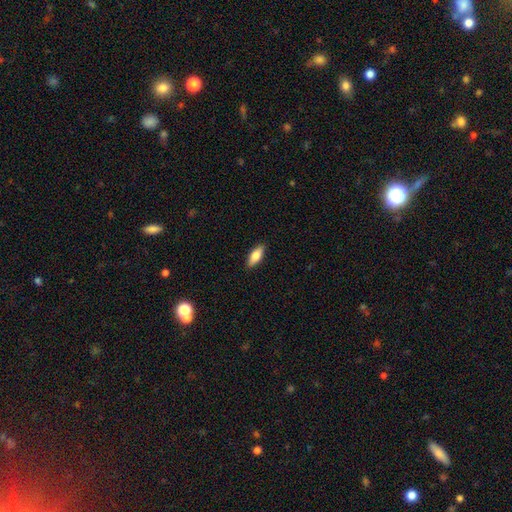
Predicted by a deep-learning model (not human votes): A smooth galaxy with no disk features (77%) that is in between round and cigar-shaped (75%).

Vote fractions:
- Smooth or featured? smooth: 77% / featured or disk: 17% / star or artifact: 6%
- How rounded? in between: 75% / cigar-shaped: 22% / round: 2%
- Merging? none: 89% / minor disturbance: 8% / major disturbance: 2% / merger: 1%